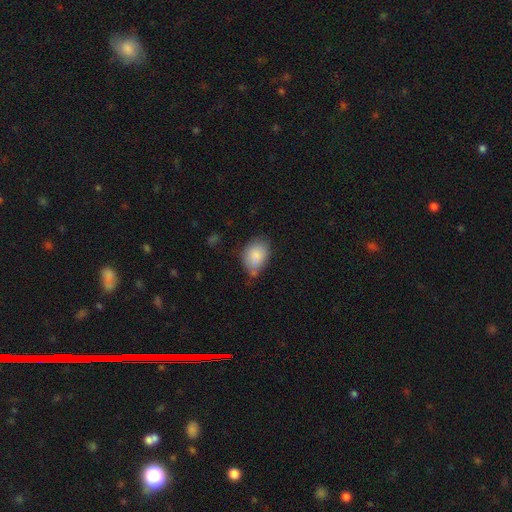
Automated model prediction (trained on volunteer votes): Overall: smooth (81%). How rounded: in between (75%). Merging: none (51%; minor disturbance 32%).